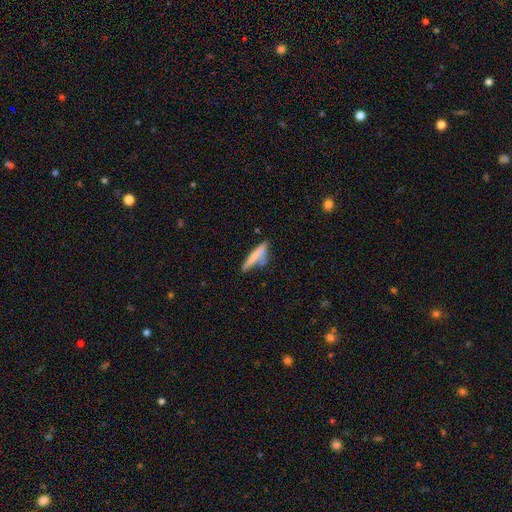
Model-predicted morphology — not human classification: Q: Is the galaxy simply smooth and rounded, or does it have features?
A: smooth — 64%.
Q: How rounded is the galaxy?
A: cigar-shaped — 84%.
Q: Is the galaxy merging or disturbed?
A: none — 46%.